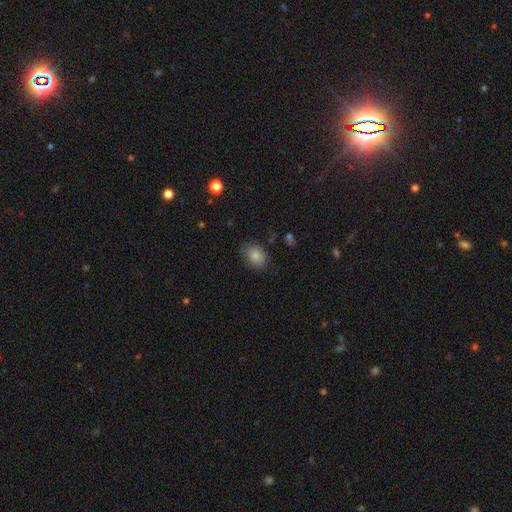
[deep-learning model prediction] This is clearly a smooth galaxy (83%). How rounded: likely in between (64%). Merging: likely none (75%).